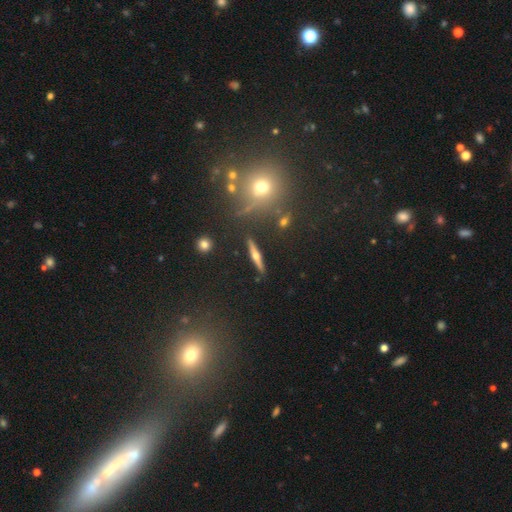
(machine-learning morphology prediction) Smooth or featured? Predicted: featured or disk (p=0.68). Edge-on disk? Predicted: yes (p=0.96). Edge-on bulge? Predicted: rounded (p=0.93). Merging? Predicted: none (p=0.89).